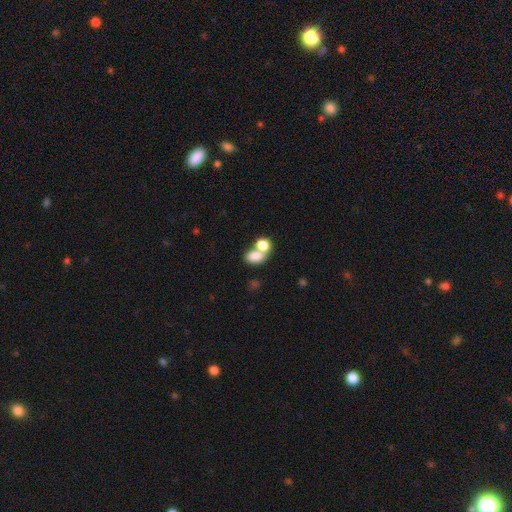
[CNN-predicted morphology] Smooth or featured: smooth — 78% (featured or disk — 11%)
How rounded: in between — 70% (round — 29%)
Merging: merger — 57% (none — 31%)